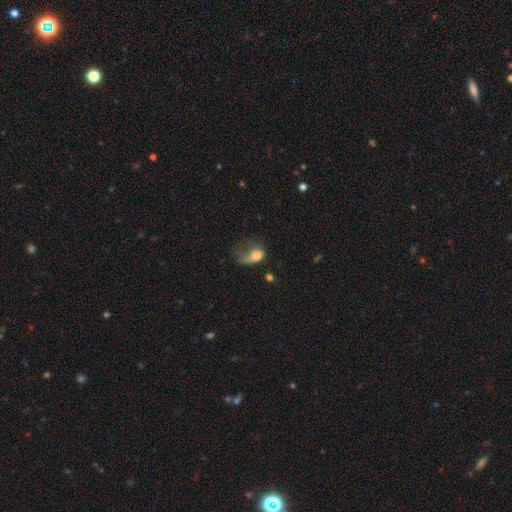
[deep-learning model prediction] Smooth or featured: smooth — 66% (featured or disk — 23%)
How rounded: in between — 74% (round — 24%)
Merging: major disturbance — 63% (minor disturbance — 18%)